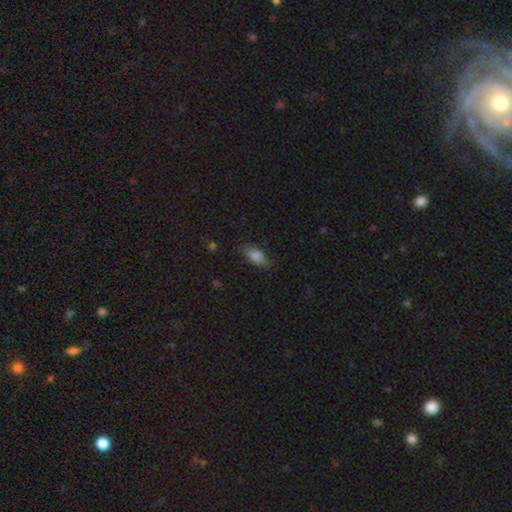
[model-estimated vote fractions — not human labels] Overall: smooth (81%). How rounded: in between (84%). Merging: none (79%).